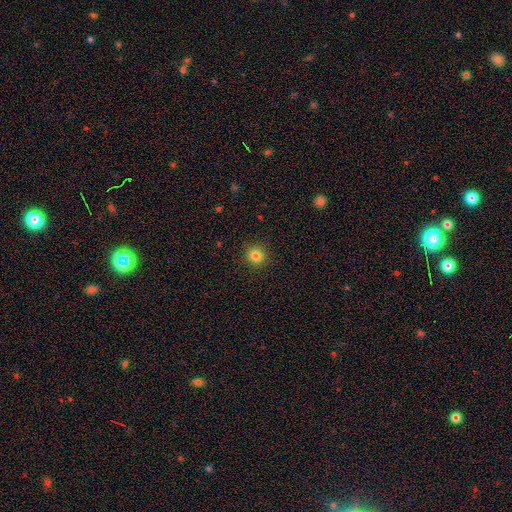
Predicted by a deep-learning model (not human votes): Smooth or featured? smooth (82%)
How rounded? round (92%)
Merging? none (91%)